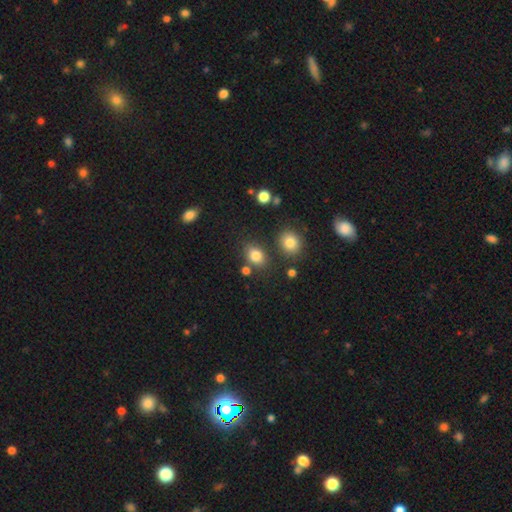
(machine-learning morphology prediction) smooth_or_featured: smooth (p=0.82) [alt: star or artifact p=0.12]
how_rounded: in between (p=0.65) [alt: round p=0.34]
merging: none (p=0.75) [alt: minor disturbance p=0.12]